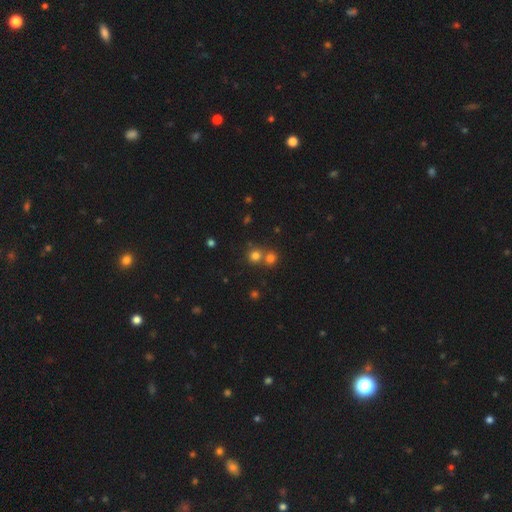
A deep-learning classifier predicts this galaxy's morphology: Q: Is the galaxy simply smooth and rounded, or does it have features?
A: smooth — 75%.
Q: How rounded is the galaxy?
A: round — 89%.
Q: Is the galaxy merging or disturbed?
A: none — 55%.